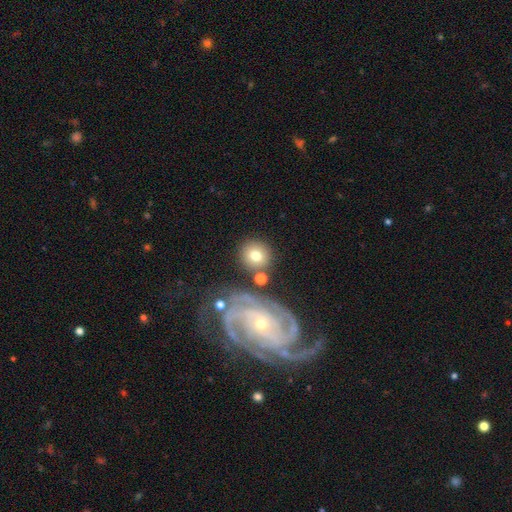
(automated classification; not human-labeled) smooth 70%, featured or disk 22%, star or artifact 8%. Down the decision tree: how rounded — round (87%); merging — none (74%).